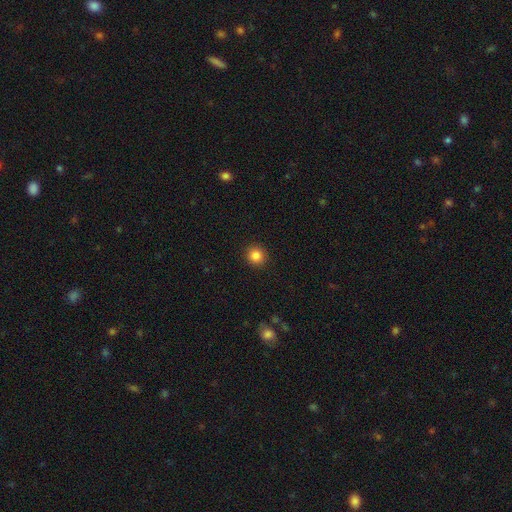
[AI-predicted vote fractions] This appears to be a smooth galaxy with no disk features (86%) that is round (92%). Merging: none (92%).